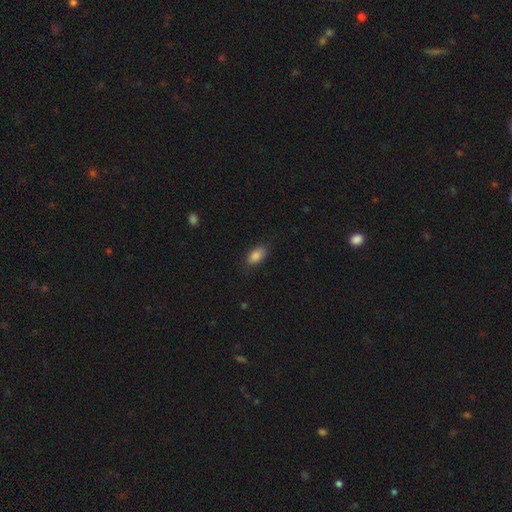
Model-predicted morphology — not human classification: Smooth or featured? Predicted: smooth (p=0.87). How rounded? Predicted: in between (p=0.91). Merging? Predicted: none (p=0.83).